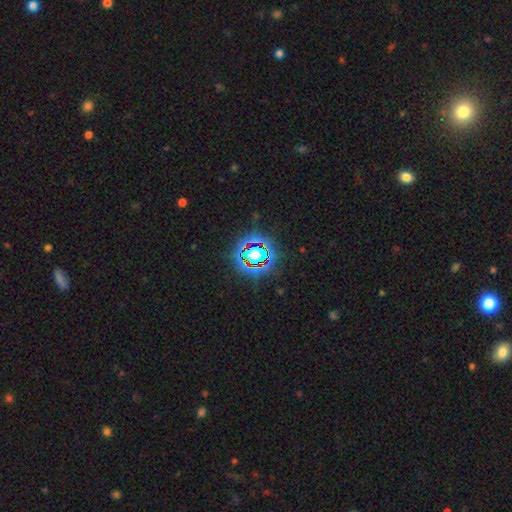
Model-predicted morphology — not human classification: Q: Smooth or featured?
A: star or artifact (70%); runner-up: smooth (17%)